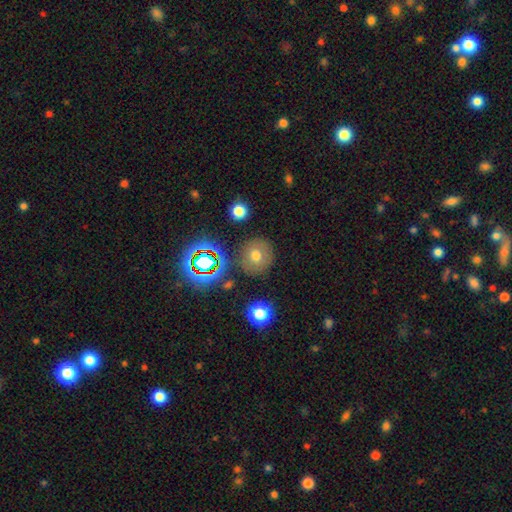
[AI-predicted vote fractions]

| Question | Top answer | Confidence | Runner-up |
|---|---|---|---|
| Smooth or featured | smooth | 65% | star or artifact (19%) |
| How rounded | round | 89% | in between (10%) |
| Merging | none | 82% | minor disturbance (10%) |